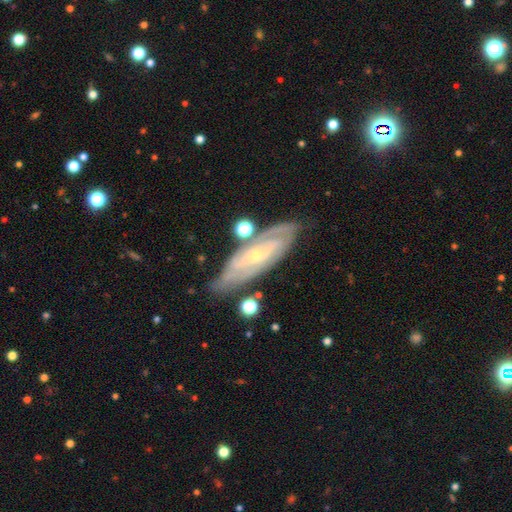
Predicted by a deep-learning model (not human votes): Morphology: type=featured or disk (83%); edge-on=no (84%); bar=no (43%); spiral arms=yes (92%); winding=tight (64%); arm count=2 (48%); bulge=small (78%); merging=none (75%).